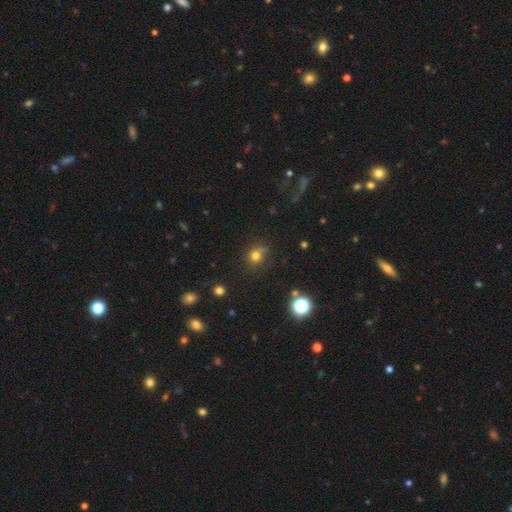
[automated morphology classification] Smooth or featured? smooth (71%)
How rounded? round (80%)
Merging? none (64%)